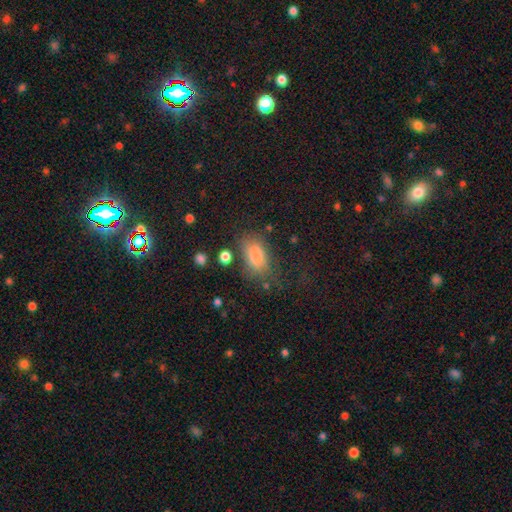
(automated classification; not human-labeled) Q: Smooth or featured?
A: smooth (80%); runner-up: star or artifact (11%)
Q: How rounded?
A: in between (89%); runner-up: round (8%)
Q: Merging?
A: none (50%); runner-up: minor disturbance (26%)